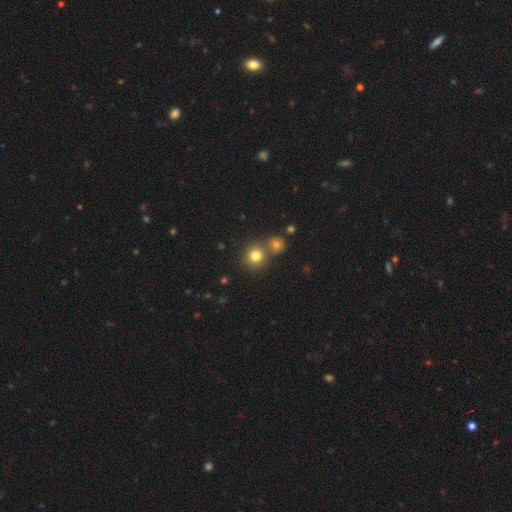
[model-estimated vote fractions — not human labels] This is likely a smooth galaxy (78%). How rounded: clearly round (90%). Merging: likely none (67%).